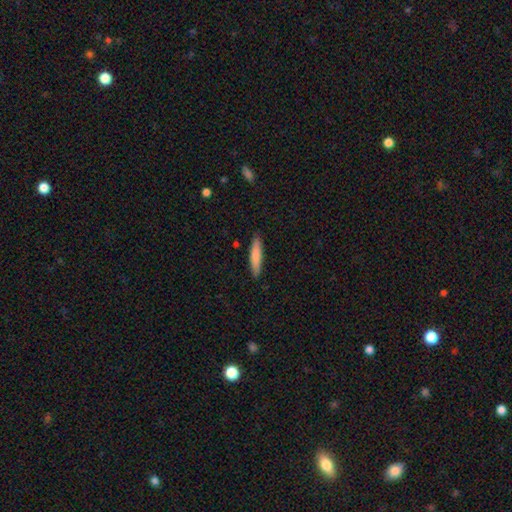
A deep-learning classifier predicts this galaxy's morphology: smooth-or-featured: smooth: 79% | featured or disk: 16% | star or artifact: 6%
  how-rounded: cigar-shaped: 85% | in between: 14% | round: 1%
  merging: none: 89% | minor disturbance: 9% | major disturbance: 2% | merger: 1%